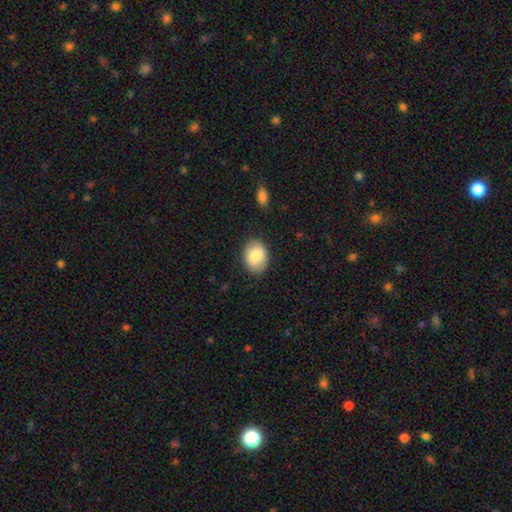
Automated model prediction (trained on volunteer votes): This is clearly a smooth galaxy (82%). How rounded: likely in between (76%). Merging: clearly none (83%).